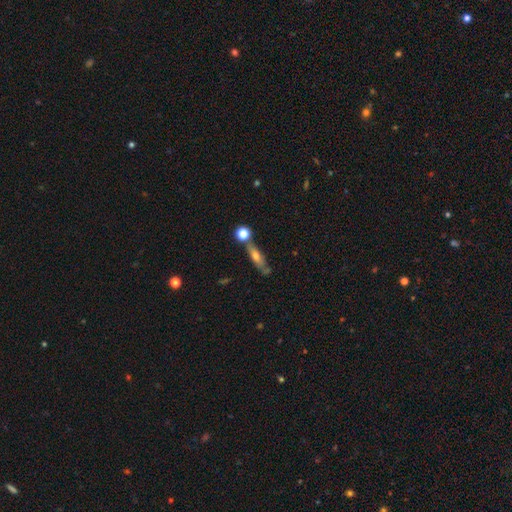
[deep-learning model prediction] Overall: smooth (47%; featured or disk 42%). Merging: none (62%).